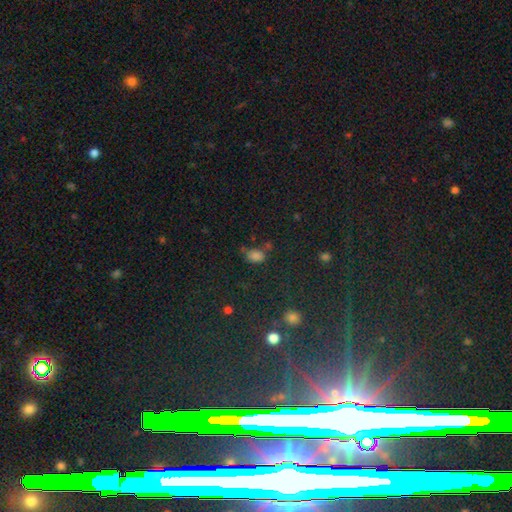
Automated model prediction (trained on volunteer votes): Smooth or featured: smooth — 73% (star or artifact — 20%)
How rounded: in between — 77% (round — 22%)
Merging: none — 57% (minor disturbance — 21%)